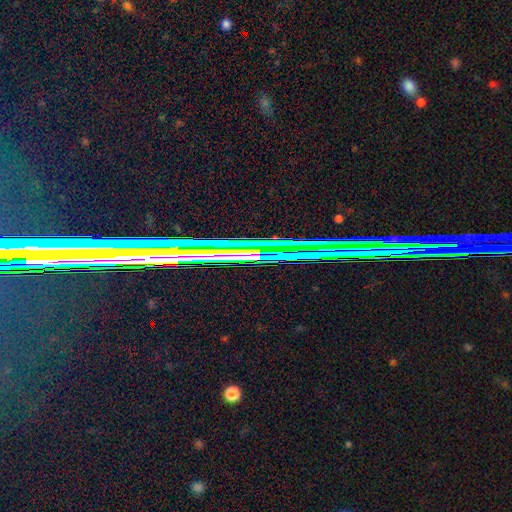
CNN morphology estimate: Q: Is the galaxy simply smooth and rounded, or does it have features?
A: star or artifact — 44%.